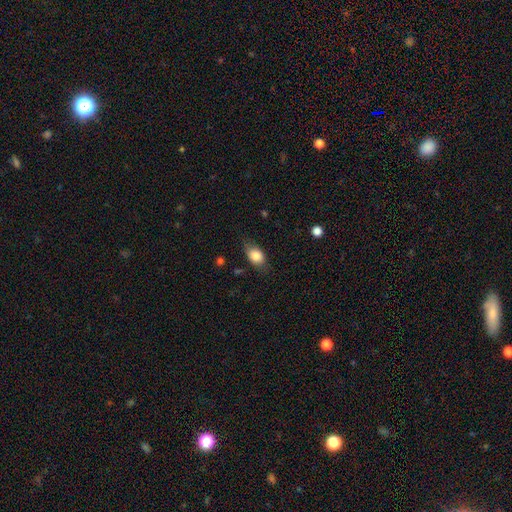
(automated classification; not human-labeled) Smooth or featured?
  - smooth: 81% *
  - featured or disk: 11%
  - star or artifact: 7%
How rounded?
  - in between: 83% *
  - round: 13%
  - cigar-shaped: 3%
Merging?
  - none: 73% *
  - minor disturbance: 21%
  - major disturbance: 5%
  - merger: 1%